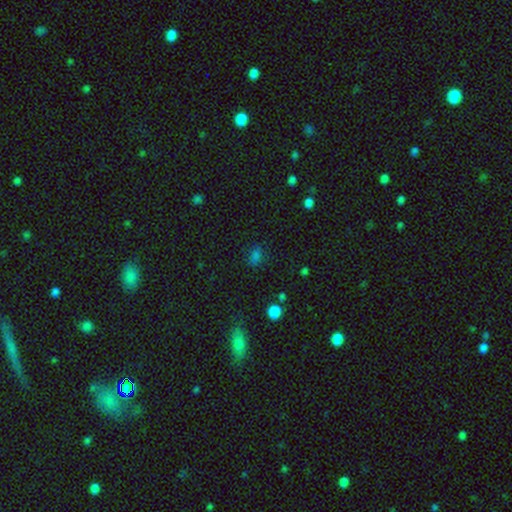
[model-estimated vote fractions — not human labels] Smooth or featured? smooth (68%)
How rounded? in between (75%)
Merging? none (78%)